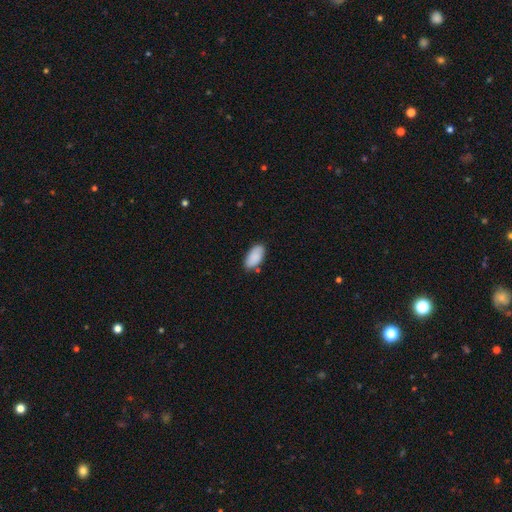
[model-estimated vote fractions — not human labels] This appears to be a smooth galaxy with no disk features (88%) that is in between round and cigar-shaped (94%). Merging: none (78%).